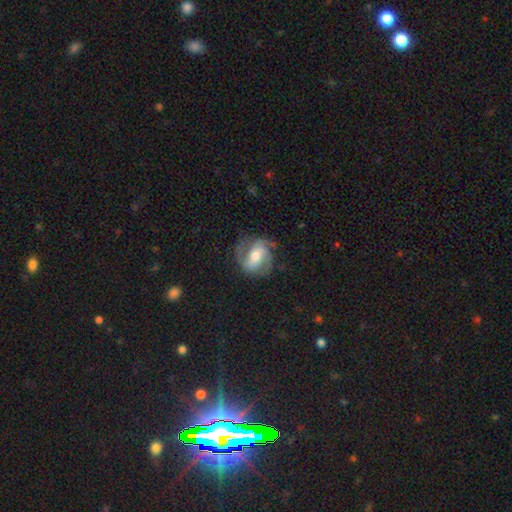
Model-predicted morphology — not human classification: smooth_or_featured: featured or disk (p=0.78) [alt: smooth p=0.16]
disk_edge_on: no (p=0.97) [alt: yes p=0.03]
bar: weak (p=0.41) [alt: no p=0.33]
has_spiral_arms: yes (p=0.93) [alt: no p=0.07]
spiral_winding: medium (p=0.48) [alt: tight p=0.31]
spiral_arm_count: 2 (p=0.52) [alt: 3 p=0.25]
bulge_size: moderate (p=0.65) [alt: small p=0.26]
merging: none (p=0.66) [alt: minor disturbance p=0.21]